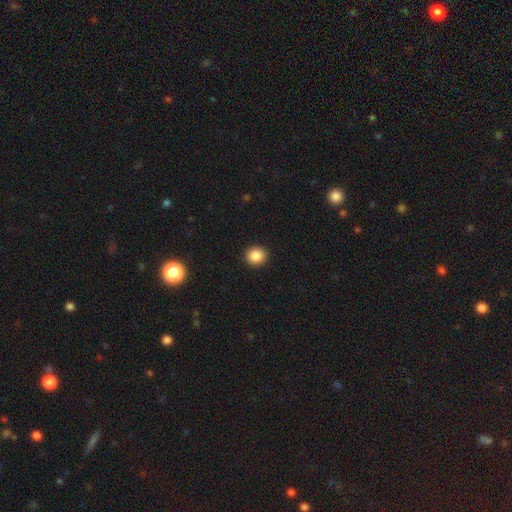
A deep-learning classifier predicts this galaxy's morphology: type=smooth (87%); roundness=round (81%); merging=none (92%).